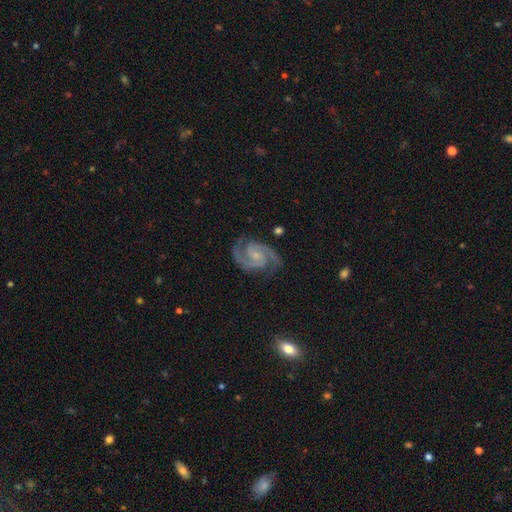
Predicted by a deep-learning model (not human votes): A featured or disk galaxy (93%) with no bar (49%), 2 (94%) medium (55%) spiral arms (99%) and a small central bulge (56%).

Vote fractions:
- Smooth or featured? featured or disk: 93% / star or artifact: 4% / smooth: 3%
- Edge-on disk? no: 98% / yes: 2%
- Bar? no: 49% / weak: 40% / strong: 10%
- Spiral arms? yes: 99% / no: 1%
- Spiral winding? medium: 55% / tight: 37% / loose: 7%
- Spiral arm count? 2: 94% / 3: 2% / can't tell: 2% / 1: 1% / 4: 1% / more than 4: 1%
- Bulge size? small: 56% / moderate: 23% / none: 18% / large: 2% / dominant: 1%
- Merging? none: 83% / minor disturbance: 12% / major disturbance: 3% / merger: 1%